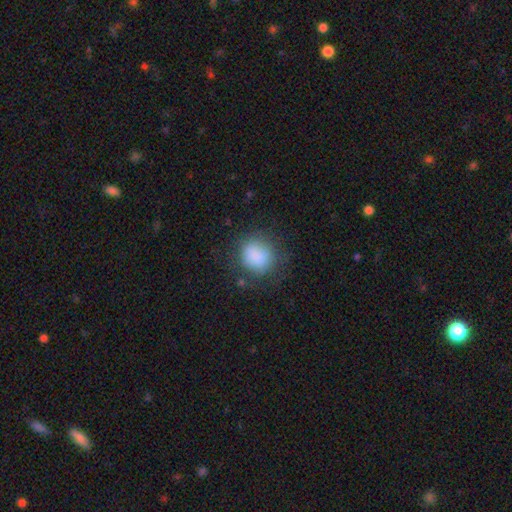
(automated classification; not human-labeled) Q: Smooth or featured?
A: smooth (84%); runner-up: star or artifact (9%)
Q: How rounded?
A: round (72%); runner-up: in between (27%)
Q: Merging?
A: none (71%); runner-up: minor disturbance (19%)